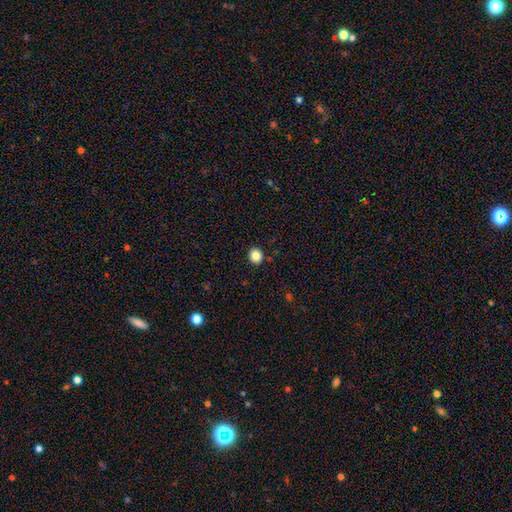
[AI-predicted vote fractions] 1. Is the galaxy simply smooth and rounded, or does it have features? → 86% smooth, 11% star or artifact, 4% featured or disk.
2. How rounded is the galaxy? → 86% round, 13% in between, 1% cigar-shaped.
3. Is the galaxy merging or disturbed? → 91% none, 6% minor disturbance, 2% major disturbance, 1% merger.